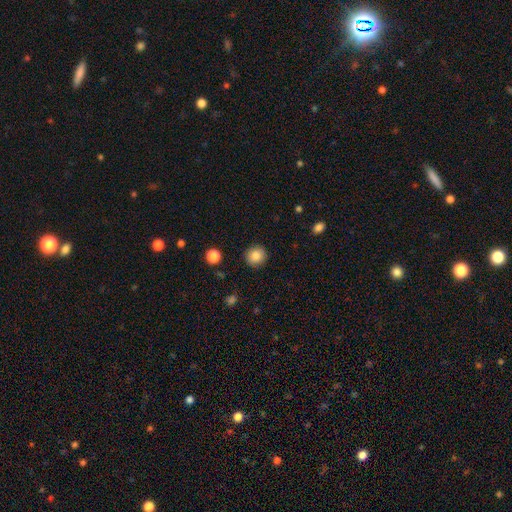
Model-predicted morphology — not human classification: type=smooth (85%); roundness=round (90%); merging=none (91%).